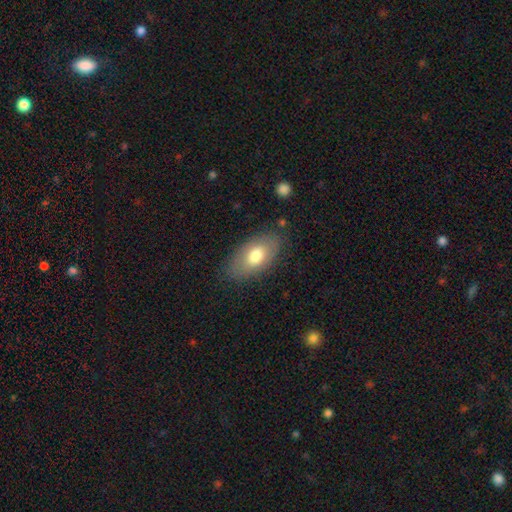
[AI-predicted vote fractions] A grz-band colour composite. It shows a smooth galaxy with no disk features (73%) that is in between round and cigar-shaped (93%). Merging: none (79%).